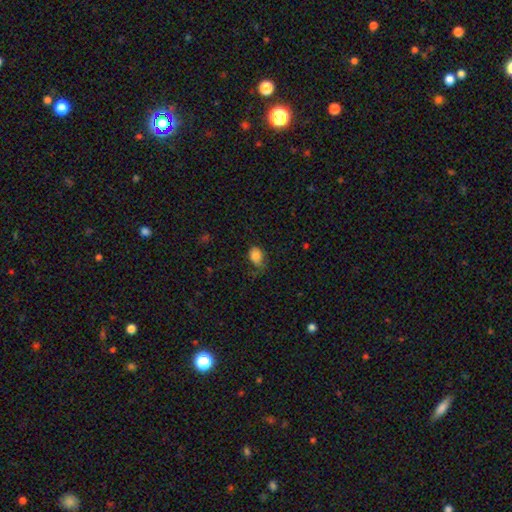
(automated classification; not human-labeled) Smooth or featured? Predicted: smooth (p=0.83). How rounded? Predicted: in between (p=0.59). Merging? Predicted: none (p=0.54).